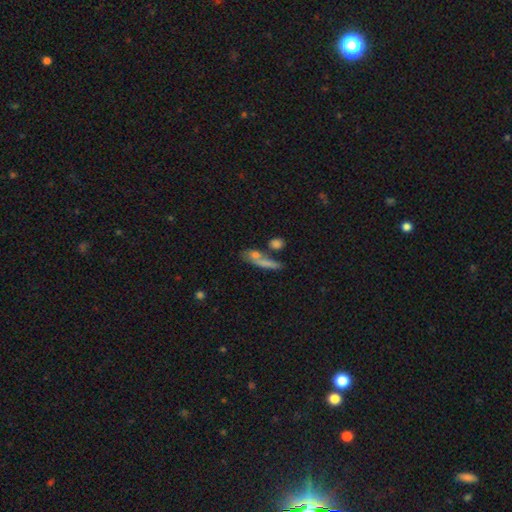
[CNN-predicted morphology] Smooth or featured? smooth (66%)
How rounded? cigar-shaped (58%)
Merging? none (47%)